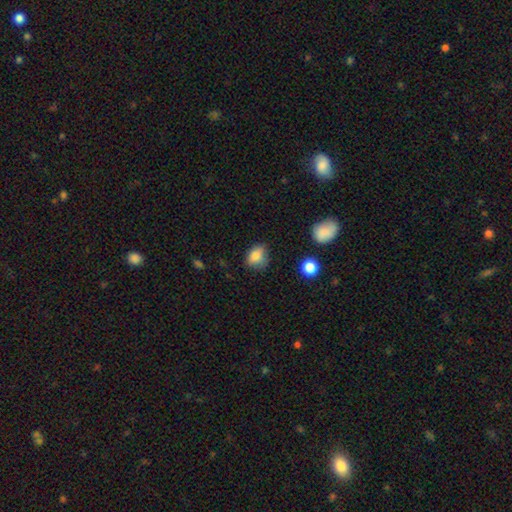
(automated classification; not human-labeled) Smooth or featured? smooth (82%)
How rounded? in between (57%)
Merging? none (60%)